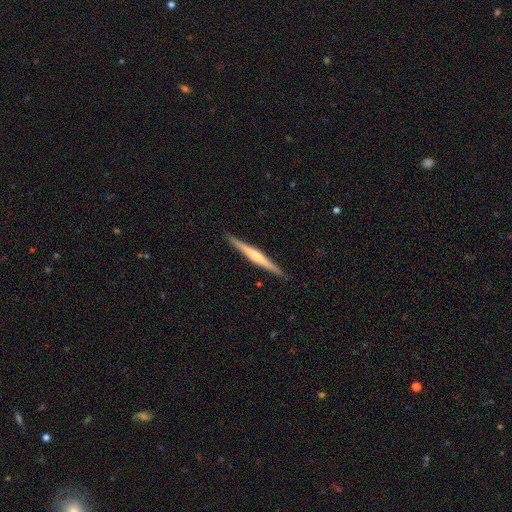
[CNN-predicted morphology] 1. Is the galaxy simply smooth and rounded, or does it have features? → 63% featured or disk, 32% smooth, 5% star or artifact.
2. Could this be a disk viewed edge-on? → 98% yes, 2% no.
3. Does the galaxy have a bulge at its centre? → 56% rounded, 29% none, 15% boxy.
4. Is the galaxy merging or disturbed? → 92% none, 6% minor disturbance, 1% major disturbance, 1% merger.